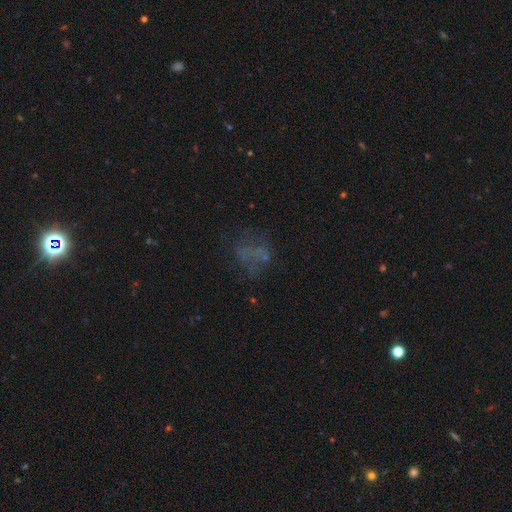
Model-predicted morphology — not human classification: smooth-or-featured: smooth: 35% | featured or disk: 34% | star or artifact: 30%
  merging: none: 55% | major disturbance: 23% | minor disturbance: 17% | merger: 5%